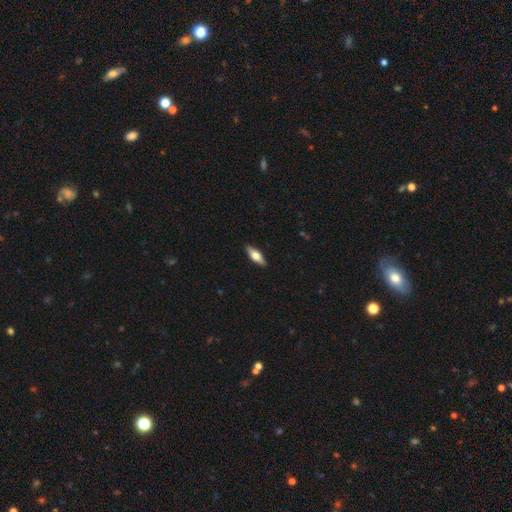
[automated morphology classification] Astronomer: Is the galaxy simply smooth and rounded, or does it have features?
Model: smooth — 51% (runner-up: featured or disk, 43%).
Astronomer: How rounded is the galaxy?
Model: in between — 59% (runner-up: cigar-shaped, 38%).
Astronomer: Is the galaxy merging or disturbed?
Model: none — 90%.